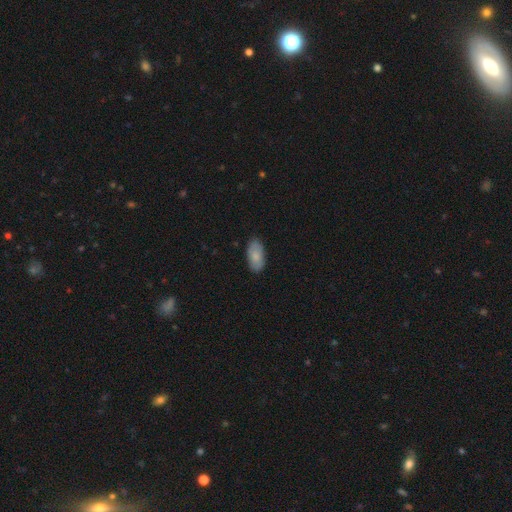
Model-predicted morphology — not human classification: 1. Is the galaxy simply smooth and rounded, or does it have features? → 80% smooth, 14% featured or disk, 6% star or artifact.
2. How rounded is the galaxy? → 93% in between, 4% cigar-shaped, 3% round.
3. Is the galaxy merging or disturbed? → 83% none, 13% minor disturbance, 2% major disturbance, 1% merger.